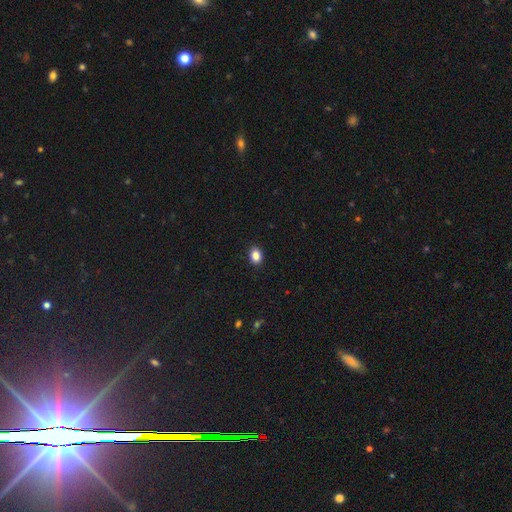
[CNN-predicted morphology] Smooth or featured: smooth — 86% (star or artifact — 10%)
How rounded: in between — 68% (round — 31%)
Merging: none — 90% (minor disturbance — 7%)